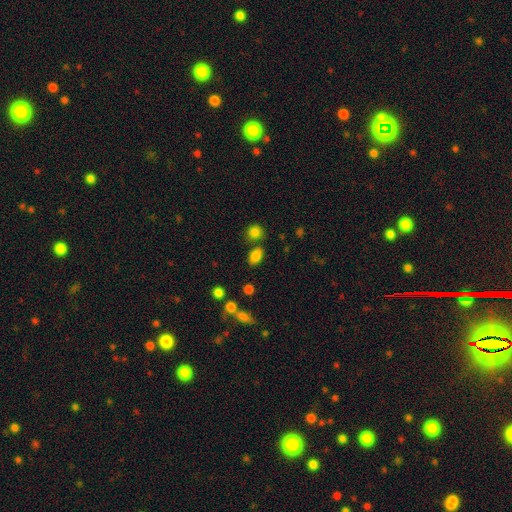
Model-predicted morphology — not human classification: Smooth or featured? Predicted: smooth (p=0.82). How rounded? Predicted: in between (p=0.82). Merging? Predicted: none (p=0.71).